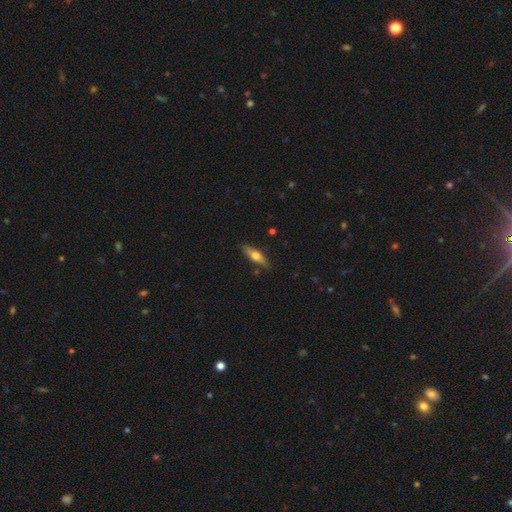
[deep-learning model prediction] Smooth or featured? Predicted: featured or disk (p=0.48). Merging? Predicted: none (p=0.85).